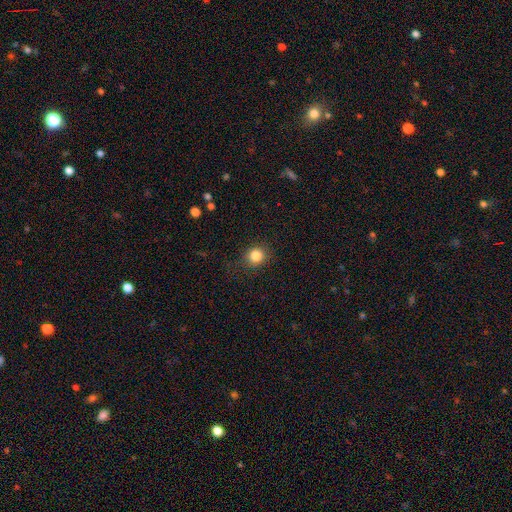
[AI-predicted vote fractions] Smooth or featured? Predicted: smooth (p=0.84). How rounded? Predicted: round (p=0.84). Merging? Predicted: none (p=0.84).